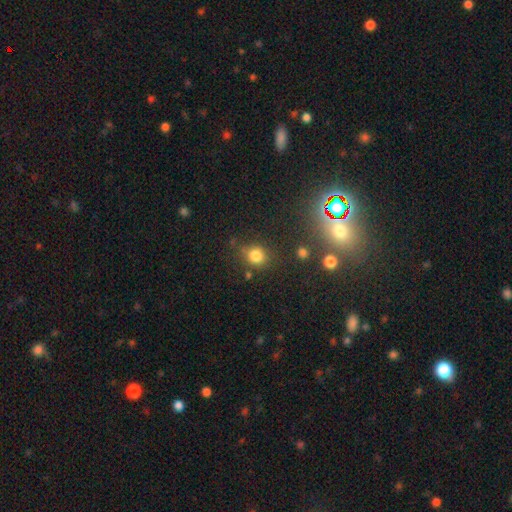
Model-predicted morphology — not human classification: Smooth or featured?
  - smooth: 79% *
  - star or artifact: 15%
  - featured or disk: 6%
How rounded?
  - round: 77% *
  - in between: 22%
  - cigar-shaped: 1%
Merging?
  - none: 71% *
  - minor disturbance: 16%
  - merger: 7%
  - major disturbance: 6%